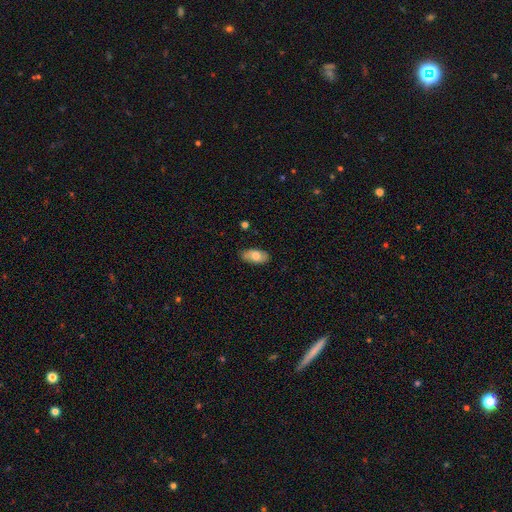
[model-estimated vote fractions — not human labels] A smooth galaxy with no disk features (76%) that is in between round and cigar-shaped (93%).

Vote fractions:
- Smooth or featured? smooth: 76% / featured or disk: 18% / star or artifact: 6%
- How rounded? in between: 93% / cigar-shaped: 3% / round: 3%
- Merging? none: 84% / minor disturbance: 12% / major disturbance: 2% / merger: 1%